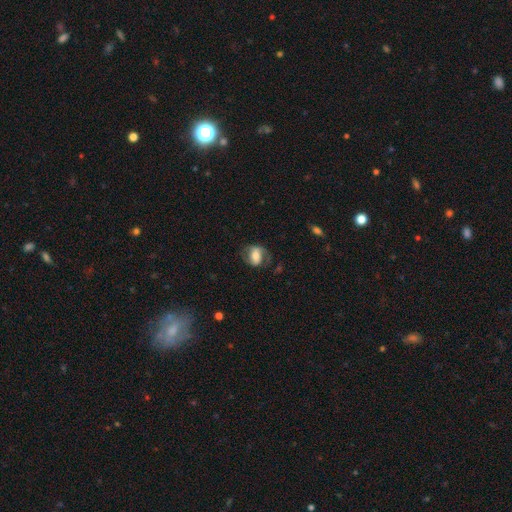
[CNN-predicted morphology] This is possibly a featured or disk galaxy (48%). Merging: possibly none (57%).